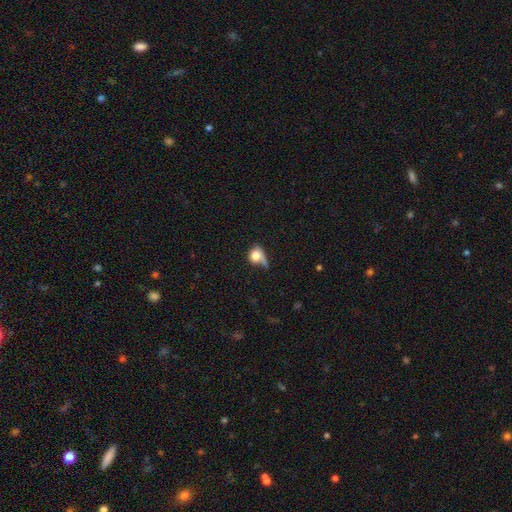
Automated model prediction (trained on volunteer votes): Q: Smooth or featured?
A: smooth (73%); runner-up: featured or disk (18%)
Q: How rounded?
A: round (57%); runner-up: in between (40%)
Q: Merging?
A: major disturbance (31%); runner-up: none (29%)